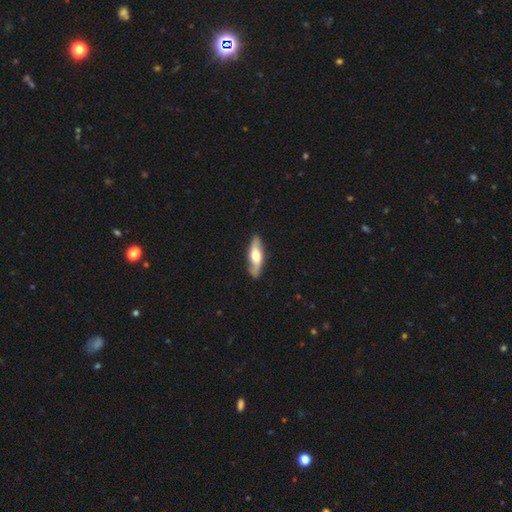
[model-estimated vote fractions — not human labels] Morphology: type=featured or disk (52%); edge-on=yes (57%); merging=none (86%).